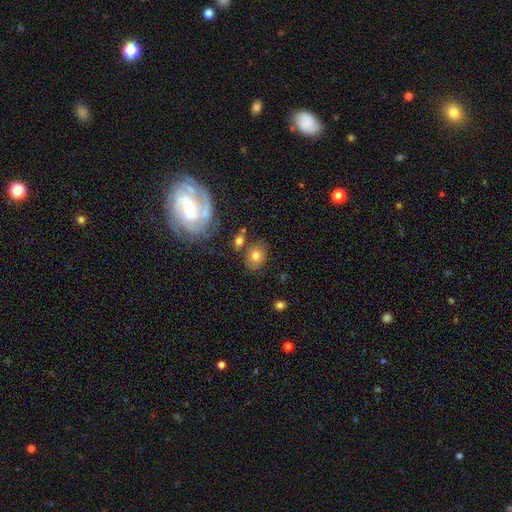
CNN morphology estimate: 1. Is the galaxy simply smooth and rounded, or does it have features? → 73% smooth, 17% featured or disk, 10% star or artifact.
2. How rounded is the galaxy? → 51% round, 48% in between, 1% cigar-shaped.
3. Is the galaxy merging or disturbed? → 73% none, 13% minor disturbance, 10% merger, 4% major disturbance.